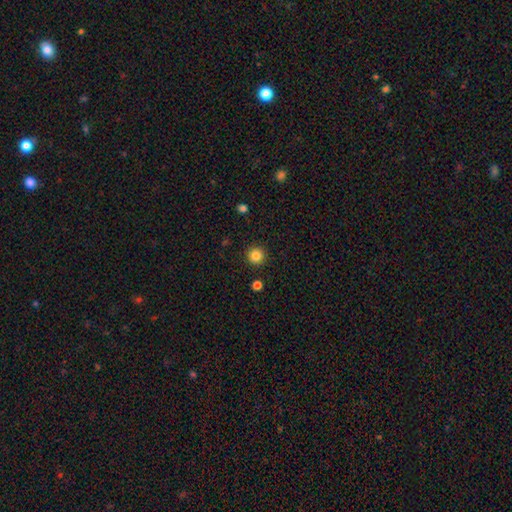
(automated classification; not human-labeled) Smooth or featured? Predicted: smooth (p=0.85). How rounded? Predicted: round (p=0.95). Merging? Predicted: none (p=0.92).